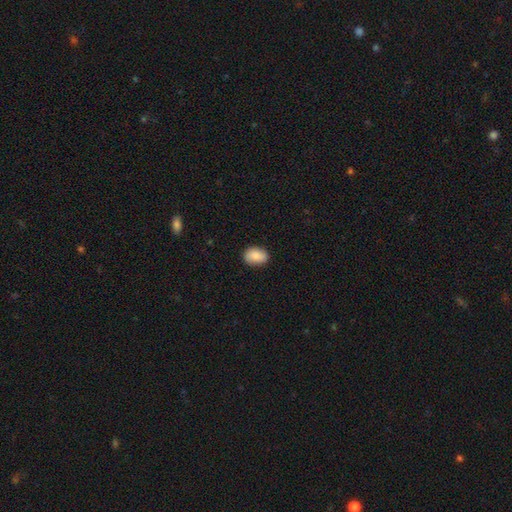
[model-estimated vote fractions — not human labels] smooth-or-featured: smooth: 86% | featured or disk: 7% | star or artifact: 7%
  how-rounded: in between: 80% | round: 19% | cigar-shaped: 1%
  merging: none: 86% | minor disturbance: 11% | major disturbance: 2% | merger: 1%